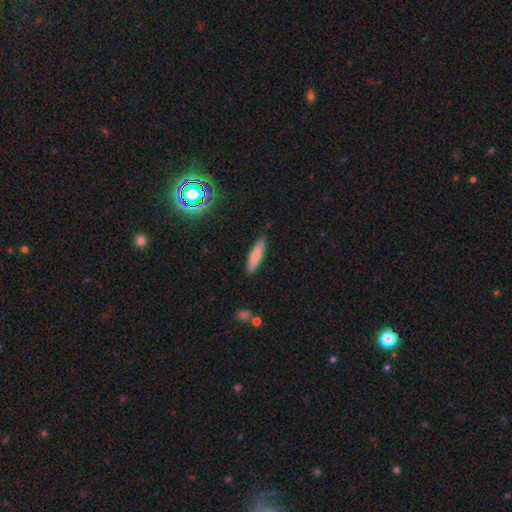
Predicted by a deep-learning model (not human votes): Smooth or featured?
  - smooth: 77% *
  - featured or disk: 16%
  - star or artifact: 7%
How rounded?
  - cigar-shaped: 78% *
  - in between: 20%
  - round: 1%
Merging?
  - none: 85% *
  - minor disturbance: 11%
  - major disturbance: 2%
  - merger: 2%